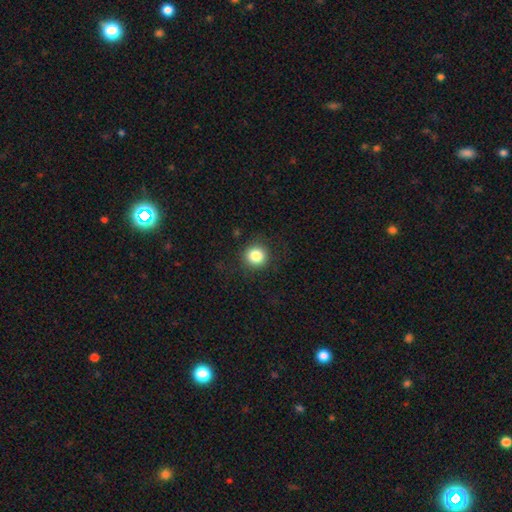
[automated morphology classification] Smooth or featured? smooth (84%)
How rounded? round (93%)
Merging? none (90%)